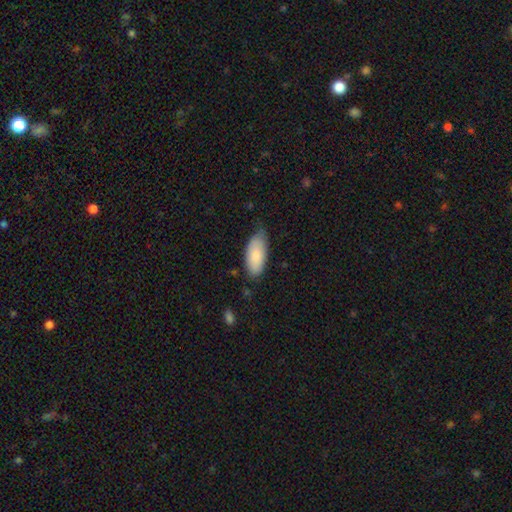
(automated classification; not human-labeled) smooth_or_featured: smooth (p=0.84) [alt: featured or disk p=0.10]
how_rounded: in between (p=0.89) [alt: cigar-shaped p=0.09]
merging: none (p=0.59) [alt: minor disturbance p=0.34]